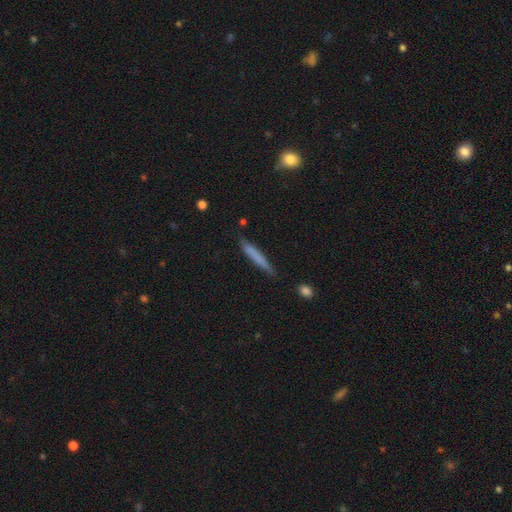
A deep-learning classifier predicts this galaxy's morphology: Overall: smooth (71%). How rounded: cigar-shaped (96%). Merging: none (82%).